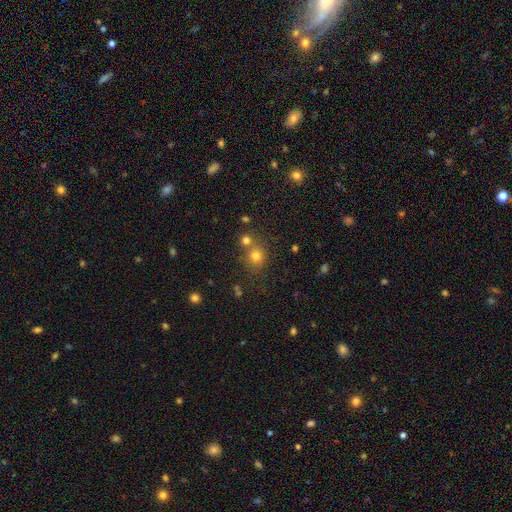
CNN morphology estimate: Smooth or featured? Predicted: smooth (p=0.72). How rounded? Predicted: round (p=0.85). Merging? Predicted: none (p=0.67).